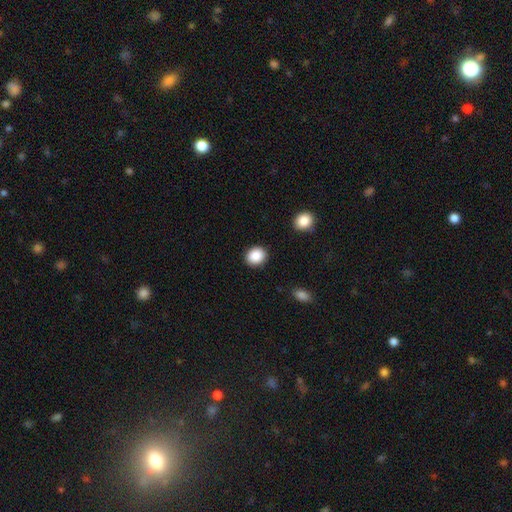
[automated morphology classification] This appears to be a smooth galaxy with no disk features (89%) that is round (65%). Merging: none (90%).